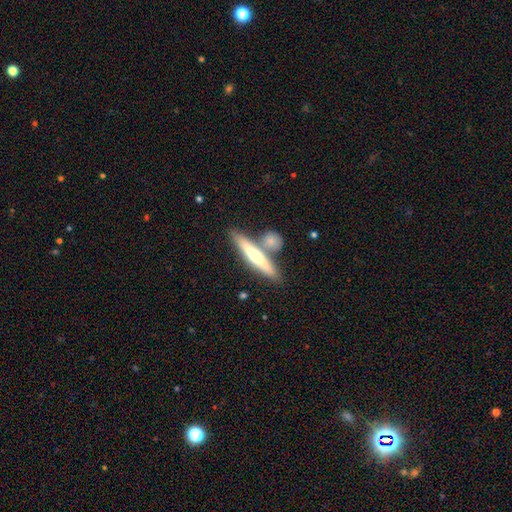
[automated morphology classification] Q: Smooth or featured?
A: featured or disk (48%); runner-up: smooth (47%)
Q: Merging?
A: none (66%); runner-up: merger (20%)